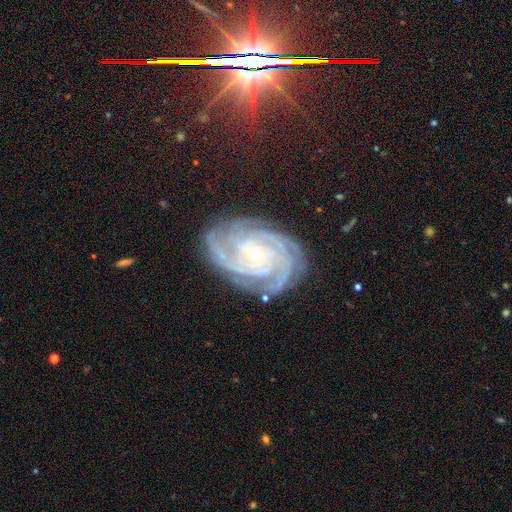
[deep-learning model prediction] smooth_or_featured: featured or disk (p=0.90) [alt: star or artifact p=0.06]
disk_edge_on: no (p=0.97) [alt: yes p=0.03]
bar: no (p=0.73) [alt: weak p=0.18]
has_spiral_arms: yes (p=0.98) [alt: no p=0.02]
spiral_winding: tight (p=0.77) [alt: medium p=0.20]
spiral_arm_count: 4 (p=0.26) [alt: 3 p=0.24]
bulge_size: small (p=0.84) [alt: moderate p=0.13]
merging: none (p=0.78) [alt: minor disturbance p=0.16]